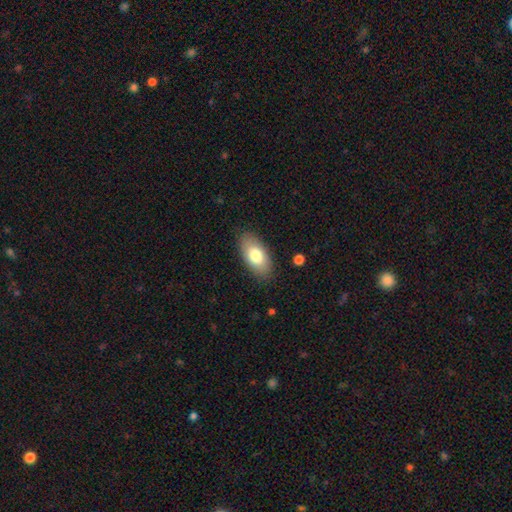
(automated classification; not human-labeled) Smooth or featured?
  - smooth: 77% *
  - featured or disk: 17%
  - star or artifact: 6%
How rounded?
  - in between: 92% *
  - cigar-shaped: 5%
  - round: 3%
Merging?
  - none: 85% *
  - minor disturbance: 11%
  - major disturbance: 3%
  - merger: 1%